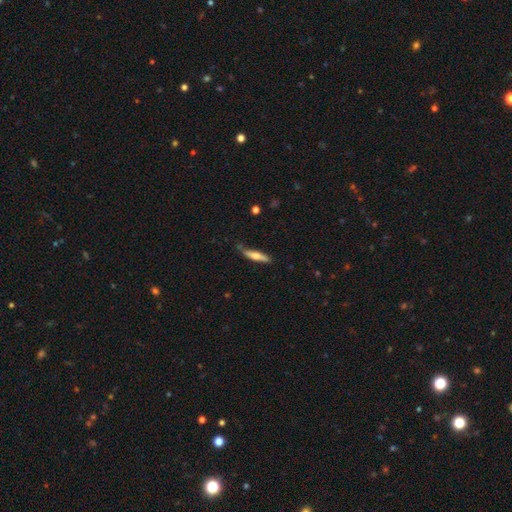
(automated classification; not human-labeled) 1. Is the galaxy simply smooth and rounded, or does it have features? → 53% smooth, 42% featured or disk, 6% star or artifact.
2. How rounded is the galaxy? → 85% cigar-shaped, 14% in between, 2% round.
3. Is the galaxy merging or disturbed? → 76% none, 18% minor disturbance, 3% major disturbance, 3% merger.